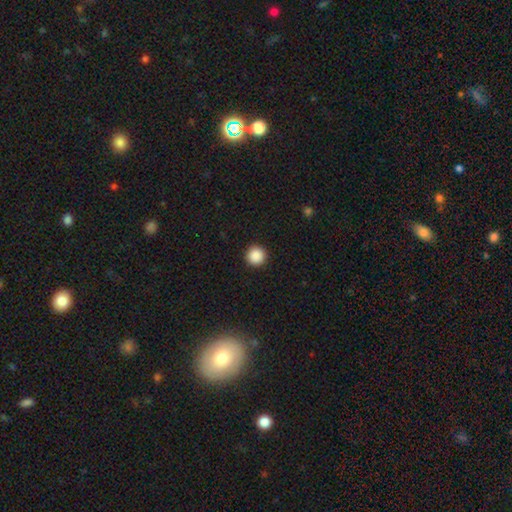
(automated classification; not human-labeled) This is clearly a smooth galaxy (88%). How rounded: clearly round (96%). Merging: clearly none (93%).